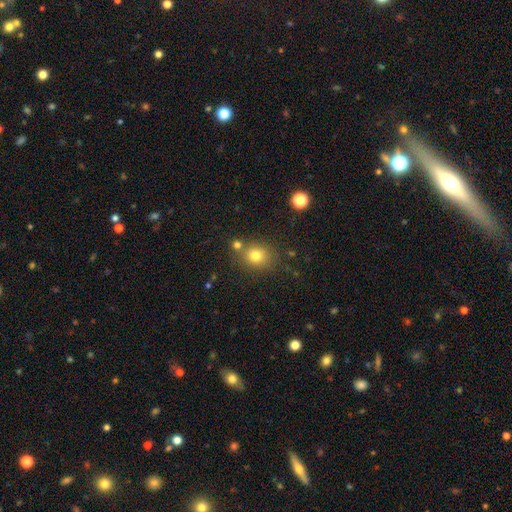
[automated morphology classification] This is likely a smooth galaxy (76%). How rounded: likely round (74%). Merging: likely none (71%).